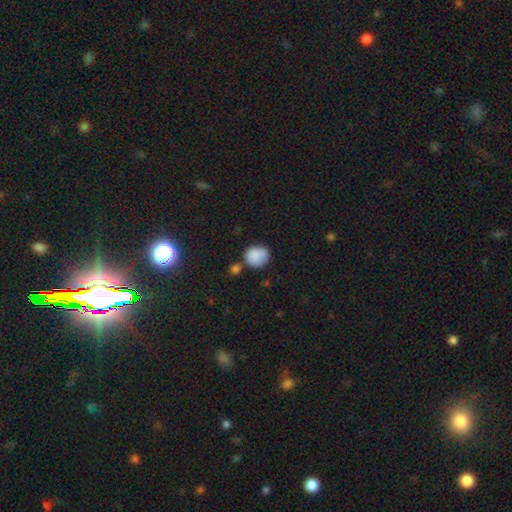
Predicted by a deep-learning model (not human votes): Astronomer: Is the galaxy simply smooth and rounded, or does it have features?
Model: smooth — 86%.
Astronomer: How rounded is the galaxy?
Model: round — 78%.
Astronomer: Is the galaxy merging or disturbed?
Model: none — 63%.